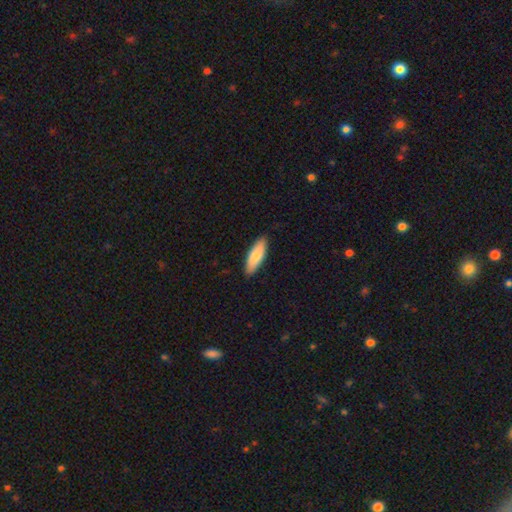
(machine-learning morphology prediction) Smooth or featured: smooth — 82% (featured or disk — 13%)
How rounded: in between — 60% (cigar-shaped — 38%)
Merging: none — 89% (minor disturbance — 8%)